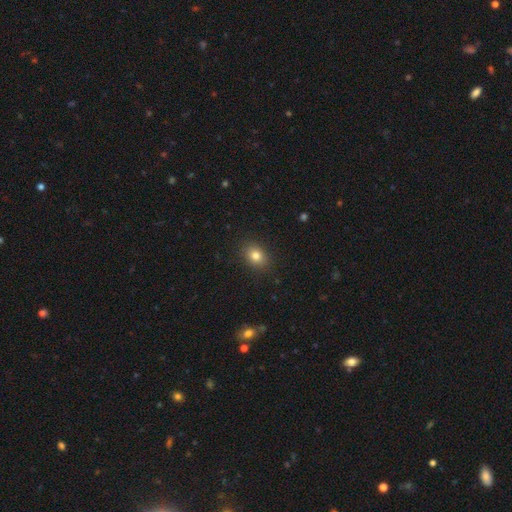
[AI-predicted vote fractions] smooth_or_featured: smooth (p=0.81) [alt: star or artifact p=0.11]
how_rounded: in between (p=0.58) [alt: round p=0.41]
merging: none (p=0.88) [alt: minor disturbance p=0.08]